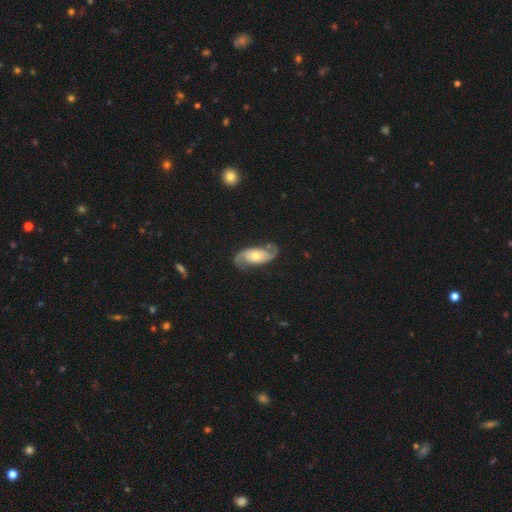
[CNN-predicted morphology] smooth-or-featured: featured or disk: 82% | smooth: 13% | star or artifact: 5%
  disk-edge-on: no: 95% | yes: 5%
    bar: no: 65% | weak: 26% | strong: 9%
    has-spiral-arms: yes: 95% | no: 5%
      spiral-winding: medium: 43% | loose: 38% | tight: 20%
      spiral-arm-count: 2: 91% | can't tell: 4% | 1: 2% | 3: 1% | 4: 1% | more than 4: 1%
    bulge-size: moderate: 54% | small: 37% | large: 6% | none: 2% | dominant: 1%
  merging: none: 77% | minor disturbance: 15% | major disturbance: 7% | merger: 2%